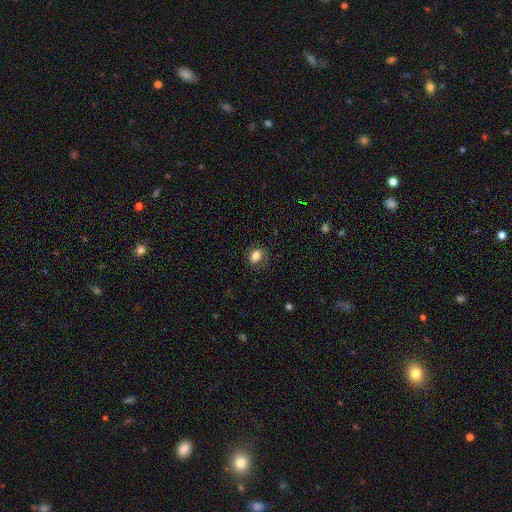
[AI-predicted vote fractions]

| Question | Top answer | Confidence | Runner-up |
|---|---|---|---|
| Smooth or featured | smooth | 82% | star or artifact (10%) |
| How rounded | in between | 57% | round (41%) |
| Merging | none | 80% | minor disturbance (14%) |